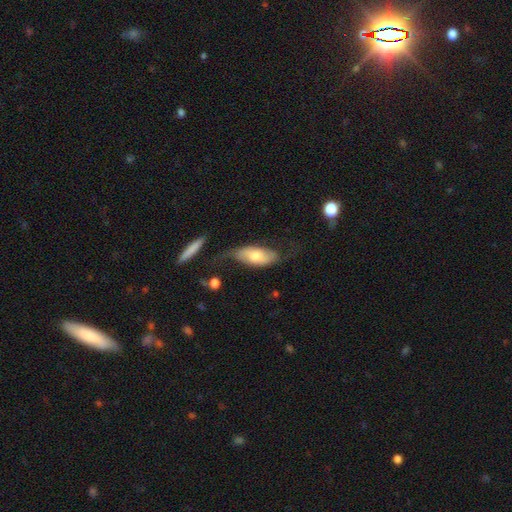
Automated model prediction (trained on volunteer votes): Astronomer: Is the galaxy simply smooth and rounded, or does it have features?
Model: smooth — 52% (runner-up: featured or disk, 42%).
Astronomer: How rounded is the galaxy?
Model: in between — 82%.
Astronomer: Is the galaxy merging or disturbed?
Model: none — 47% (runner-up: minor disturbance, 26%).